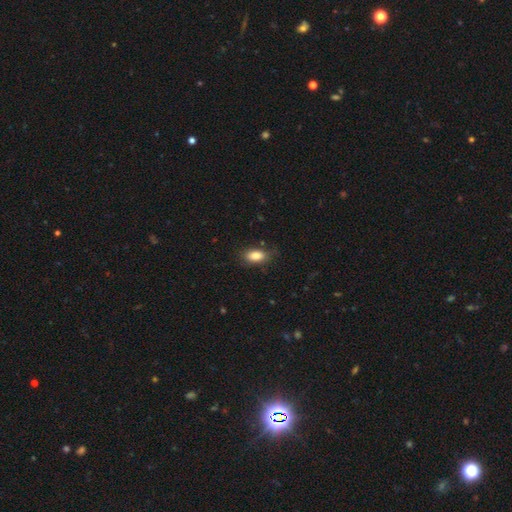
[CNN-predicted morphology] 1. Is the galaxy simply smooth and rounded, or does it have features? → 85% smooth, 8% star or artifact, 7% featured or disk.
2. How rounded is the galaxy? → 89% in between, 6% cigar-shaped, 5% round.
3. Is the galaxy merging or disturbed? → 78% none, 16% minor disturbance, 4% major disturbance, 1% merger.